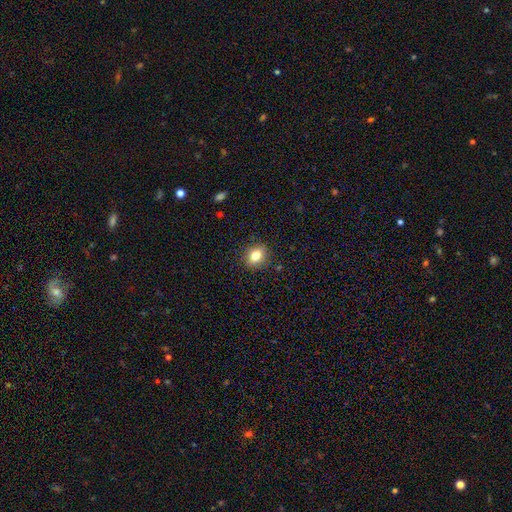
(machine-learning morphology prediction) Smooth or featured? smooth (78%)
How rounded? round (57%)
Merging? none (88%)